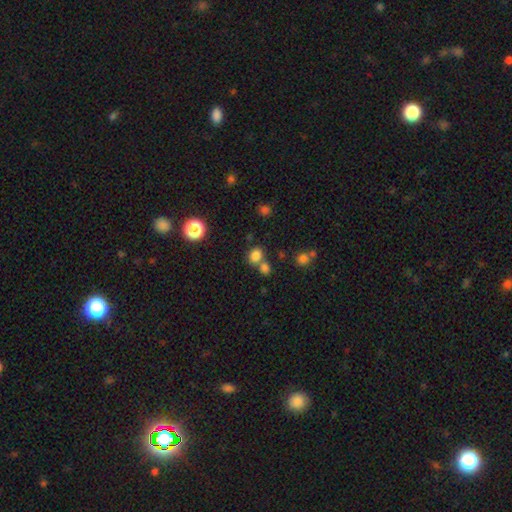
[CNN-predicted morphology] smooth 79%, star or artifact 15%, featured or disk 6%. Down the decision tree: how rounded — round (53%); merging — none (53%).